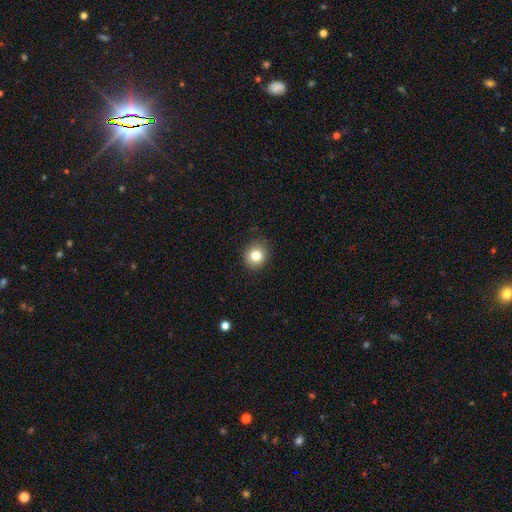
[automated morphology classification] This is clearly a smooth galaxy (81%). How rounded: likely round (77%). Merging: clearly none (86%).